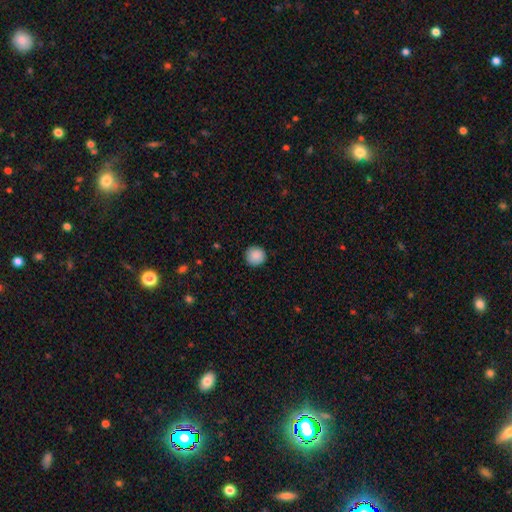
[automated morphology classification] This is clearly a smooth galaxy (89%). How rounded: clearly round (94%). Merging: clearly none (90%).